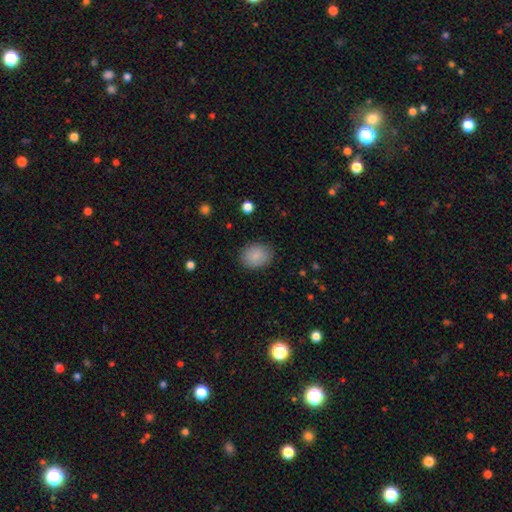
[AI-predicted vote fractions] smooth 87%, star or artifact 8%, featured or disk 6%. Down the decision tree: how rounded — in between (55%); merging — none (84%).